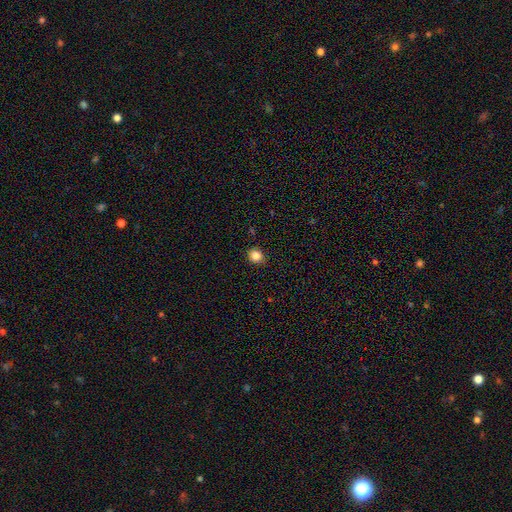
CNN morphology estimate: smooth 85%, star or artifact 11%, featured or disk 4%. Down the decision tree: how rounded — round (79%); merging — none (90%).